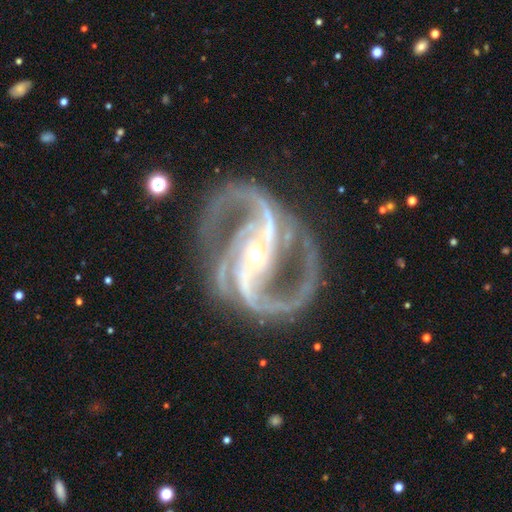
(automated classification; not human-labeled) smooth-or-featured: featured or disk: 94% | star or artifact: 5% | smooth: 2%
  disk-edge-on: no: 98% | yes: 2%
    bar: strong: 53% | weak: 24% | no: 22%
    has-spiral-arms: yes: 99% | no: 1%
      spiral-winding: medium: 65% | tight: 20% | loose: 16%
      spiral-arm-count: 2: 63% | 3: 23% | 4: 4% | can't tell: 4% | more than 4: 3% | 1: 3%
    bulge-size: small: 55% | moderate: 41% | large: 2% | none: 1% | dominant: 1%
  merging: none: 72% | minor disturbance: 15% | major disturbance: 11% | merger: 2%